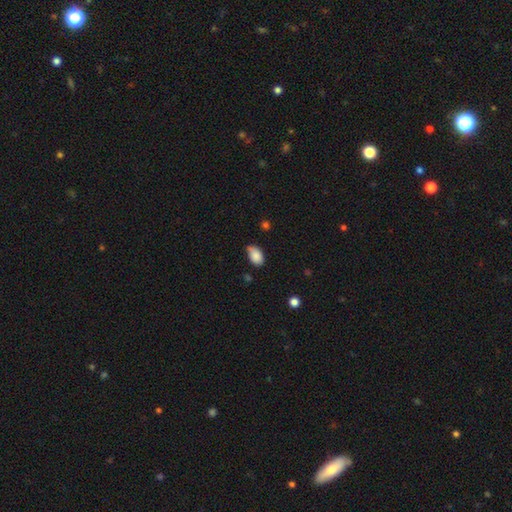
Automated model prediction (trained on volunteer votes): This is clearly a smooth galaxy (85%). How rounded: clearly in between (90%). Merging: possibly none (54%).